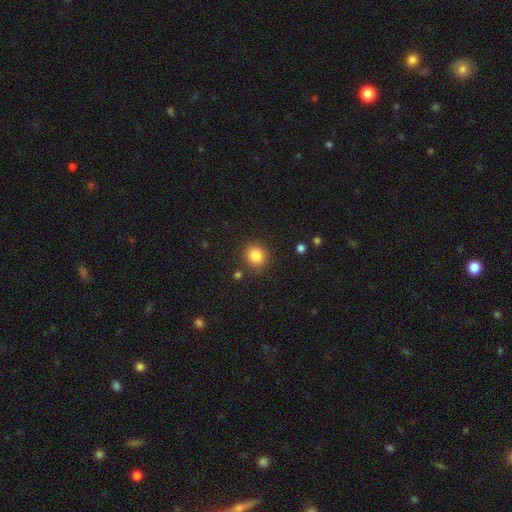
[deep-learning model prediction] smooth_or_featured: smooth (p=0.85) [alt: star or artifact p=0.10]
how_rounded: round (p=0.87) [alt: in between p=0.13]
merging: none (p=0.86) [alt: minor disturbance p=0.08]